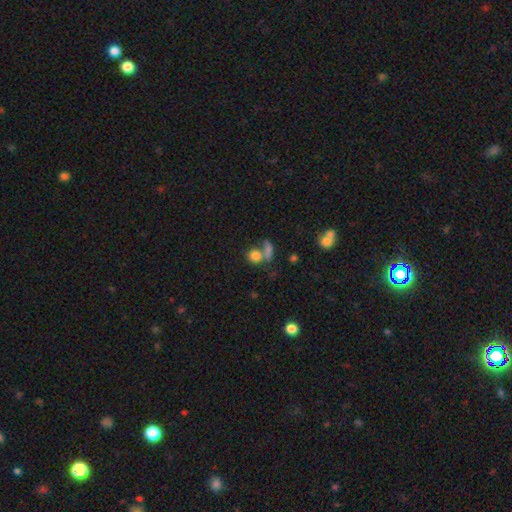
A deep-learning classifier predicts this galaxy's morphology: smooth-or-featured: smooth: 78% | star or artifact: 12% | featured or disk: 10%
  how-rounded: round: 78% | in between: 20% | cigar-shaped: 2%
  merging: none: 44% | merger: 37% | minor disturbance: 10% | major disturbance: 9%